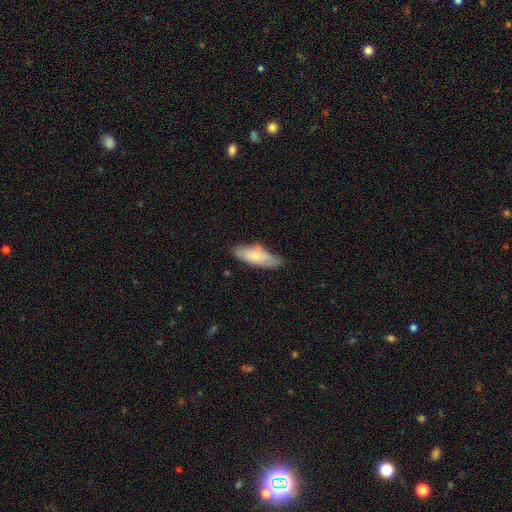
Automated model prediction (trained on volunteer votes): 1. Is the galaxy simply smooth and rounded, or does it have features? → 70% smooth, 24% featured or disk, 6% star or artifact.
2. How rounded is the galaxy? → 67% in between, 31% cigar-shaped, 2% round.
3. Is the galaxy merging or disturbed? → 69% none, 24% minor disturbance, 5% major disturbance, 2% merger.